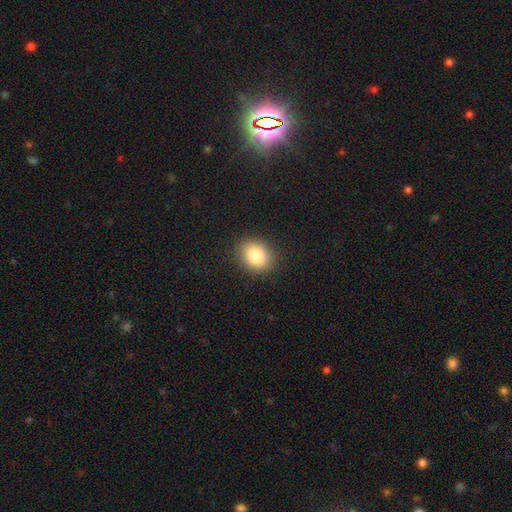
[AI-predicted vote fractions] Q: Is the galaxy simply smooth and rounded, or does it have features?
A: smooth — 84%.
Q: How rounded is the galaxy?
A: in between — 52%.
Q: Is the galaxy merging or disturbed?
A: none — 89%.